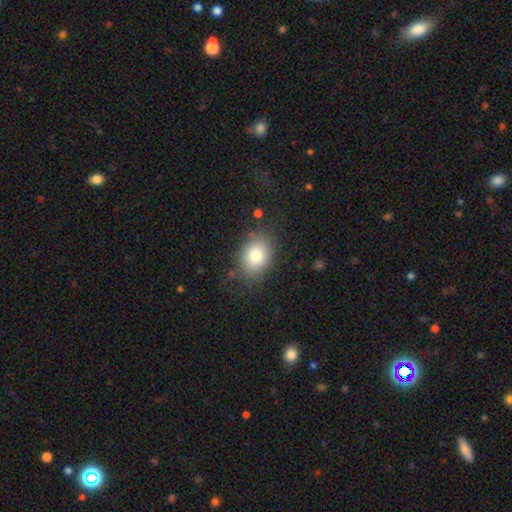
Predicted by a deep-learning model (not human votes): A smooth galaxy with no disk features (80%) that is in between round and cigar-shaped (66%).

Vote fractions:
- Smooth or featured? smooth: 80% / featured or disk: 10% / star or artifact: 10%
- How rounded? in between: 66% / round: 33% / cigar-shaped: 1%
- Merging? none: 80% / minor disturbance: 13% / major disturbance: 5% / merger: 2%